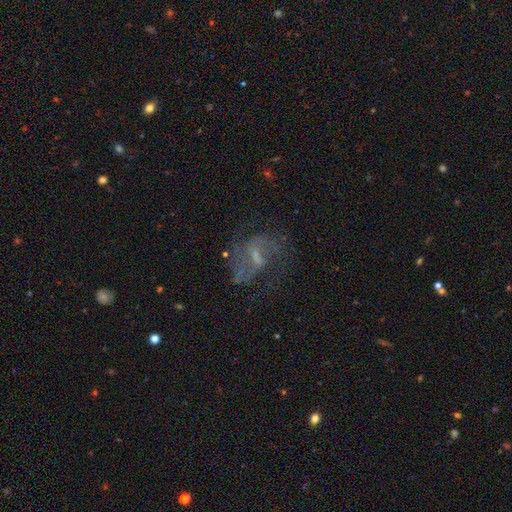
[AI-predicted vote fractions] Overall: featured or disk (73%). Edge-on disk: no (96%). Bar: weak (55%; no 24%). Spiral arms: yes (84%). Spiral arm count: 2 (72%). Spiral winding: medium (45%; loose 42%). Bulge size: small (44%; moderate 28%). Merging: none (57%; major disturbance 22%).